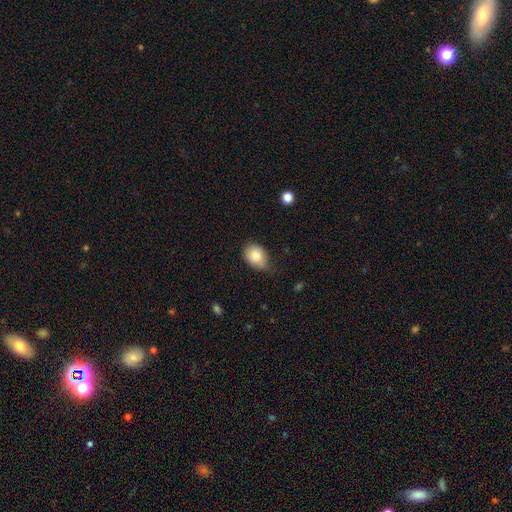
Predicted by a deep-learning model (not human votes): A smooth galaxy with no disk features (85%) that is in between round and cigar-shaped (72%).

Vote fractions:
- Smooth or featured? smooth: 85% / star or artifact: 8% / featured or disk: 7%
- How rounded? in between: 72% / round: 27% / cigar-shaped: 1%
- Merging? none: 59% / minor disturbance: 34% / major disturbance: 5% / merger: 2%